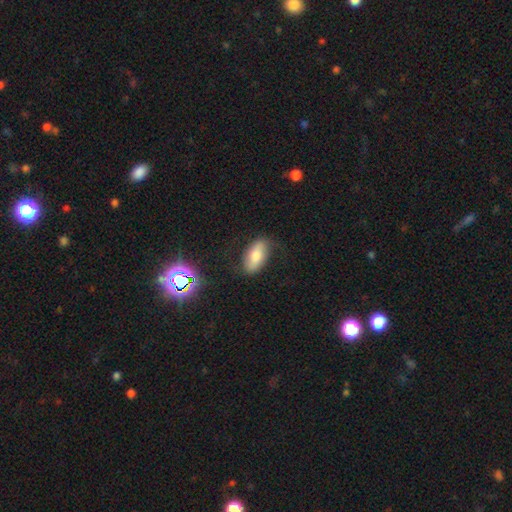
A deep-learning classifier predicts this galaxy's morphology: Overall: smooth (65%; featured or disk 26%). How rounded: in between (90%). Merging: none (73%).